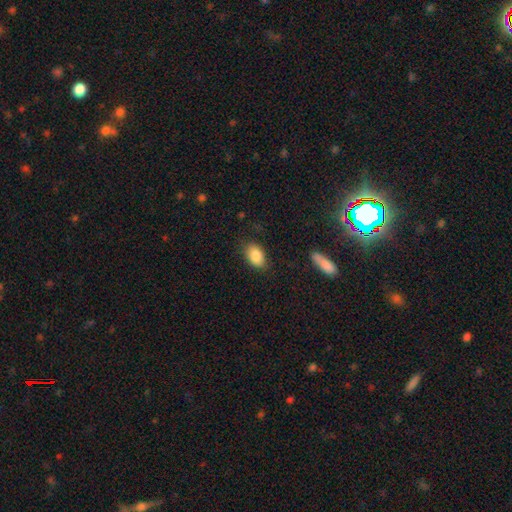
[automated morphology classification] smooth_or_featured: smooth (p=0.86) [alt: star or artifact p=0.07]
how_rounded: in between (p=0.87) [alt: round p=0.11]
merging: none (p=0.82) [alt: minor disturbance p=0.13]